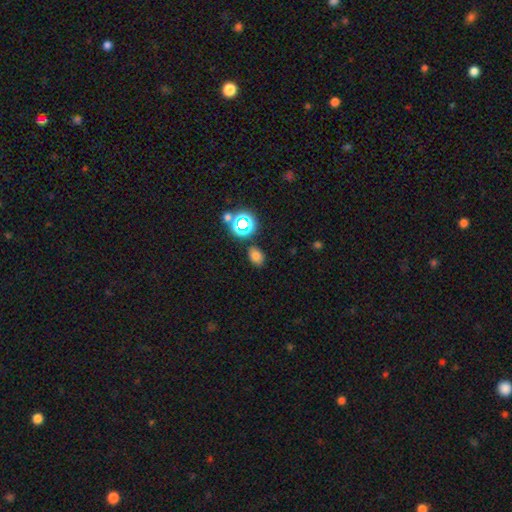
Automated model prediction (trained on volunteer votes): Overall: smooth (72%). How rounded: in between (74%). Merging: none (82%).